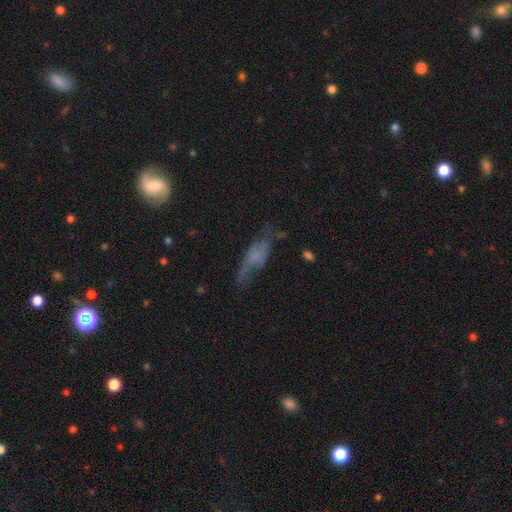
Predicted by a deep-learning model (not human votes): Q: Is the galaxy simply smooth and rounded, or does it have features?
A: featured or disk — 46%.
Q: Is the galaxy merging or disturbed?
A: none — 38%.